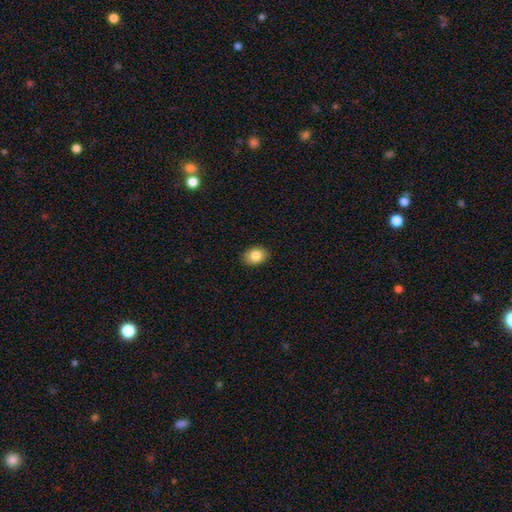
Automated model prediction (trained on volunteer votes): This appears to be a smooth galaxy with no disk features (84%) that is in between round and cigar-shaped (74%). Merging: none (89%).